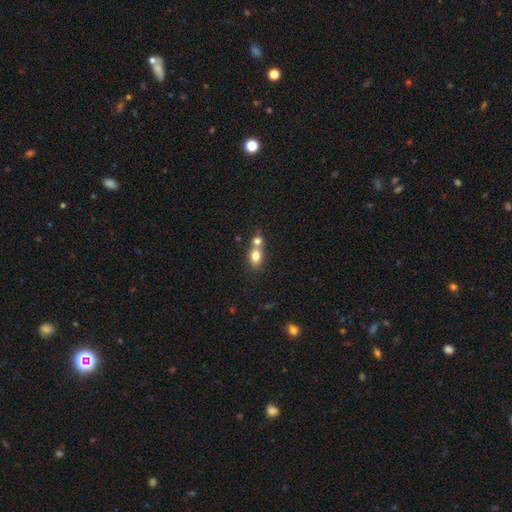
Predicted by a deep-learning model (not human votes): The model was most divided on "how rounded": in between: 57%, round: 41%, cigar-shaped: 2%. More confident: smooth or featured — smooth (78%); merging — merger (55%).